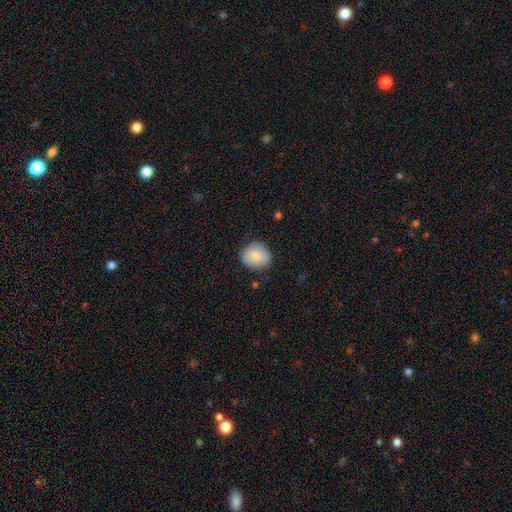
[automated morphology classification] Smooth or featured?
  - smooth: 79% *
  - featured or disk: 13%
  - star or artifact: 8%
How rounded?
  - round: 76% *
  - in between: 23%
  - cigar-shaped: 1%
Merging?
  - none: 79% *
  - minor disturbance: 17%
  - major disturbance: 3%
  - merger: 2%